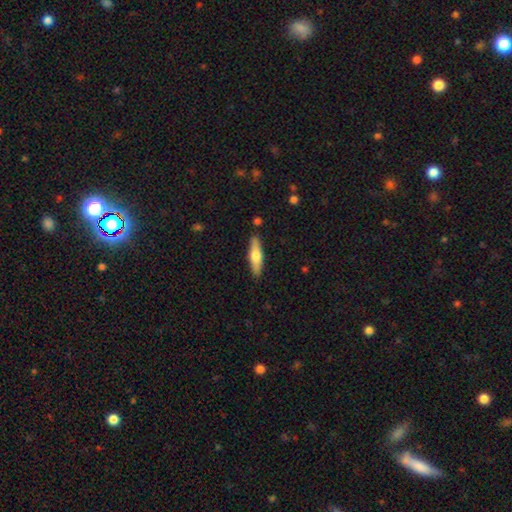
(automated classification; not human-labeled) Smooth or featured? smooth (57%)
How rounded? cigar-shaped (68%)
Merging? none (87%)